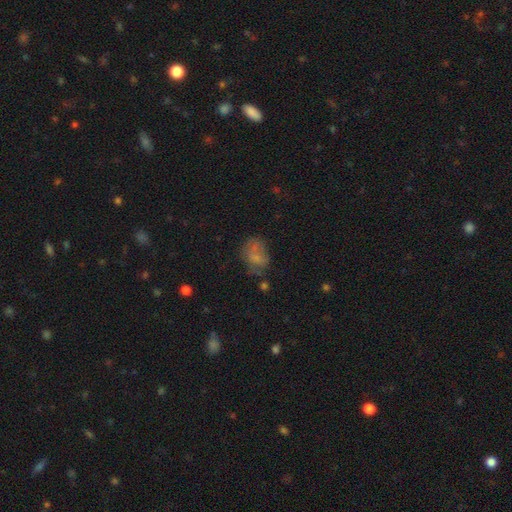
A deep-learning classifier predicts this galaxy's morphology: A smooth galaxy with no disk features (63%) that is in between round and cigar-shaped (68%).

Vote fractions:
- Smooth or featured? smooth: 63% / featured or disk: 22% / star or artifact: 15%
- How rounded? in between: 68% / round: 31% / cigar-shaped: 1%
- Merging? none: 46% / minor disturbance: 26% / major disturbance: 20% / merger: 7%